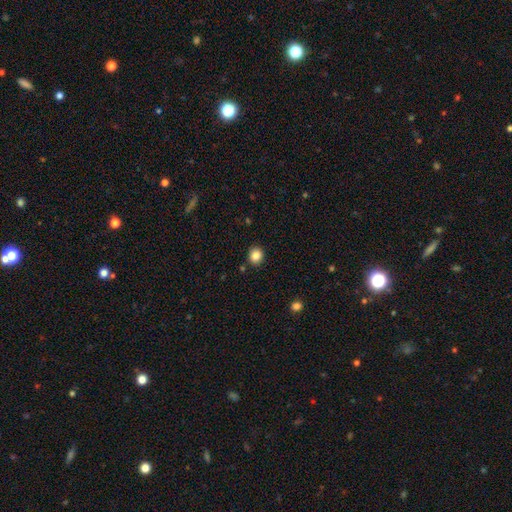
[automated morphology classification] Smooth or featured? smooth (84%)
How rounded? round (76%)
Merging? none (88%)